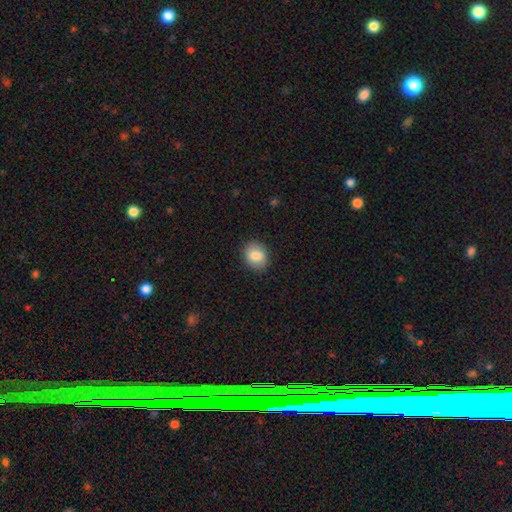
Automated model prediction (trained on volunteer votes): Overall: smooth (83%). How rounded: round (59%; in between 40%). Merging: none (89%).